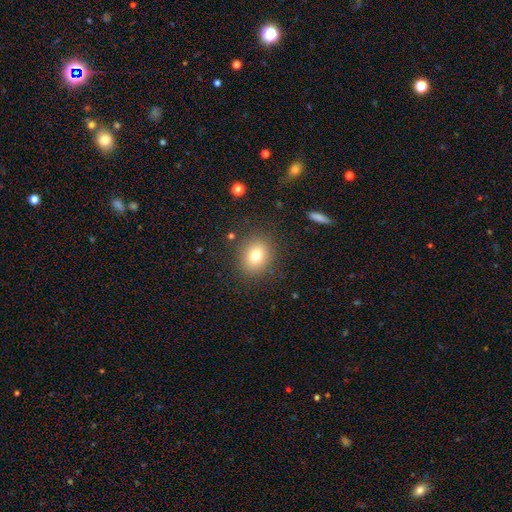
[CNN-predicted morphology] type=smooth (77%); roundness=round (63%); merging=none (86%).